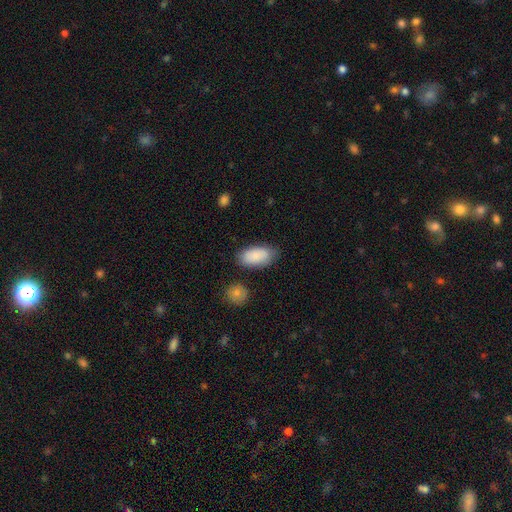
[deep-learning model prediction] Morphology: type=smooth (88%); roundness=in between (93%); merging=none (79%).